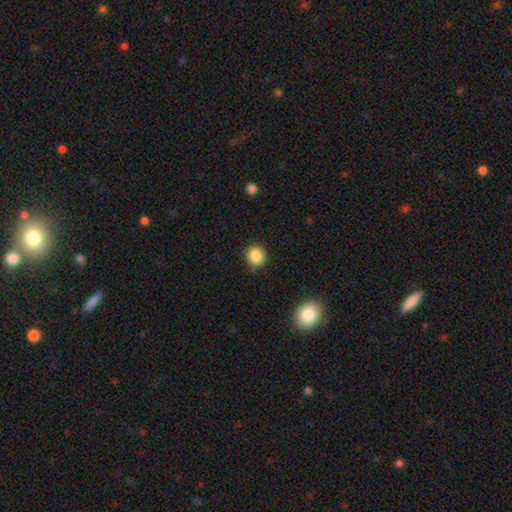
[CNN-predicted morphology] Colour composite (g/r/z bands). It shows a smooth galaxy with no disk features (86%) that is round (85%). Merging: none (88%).